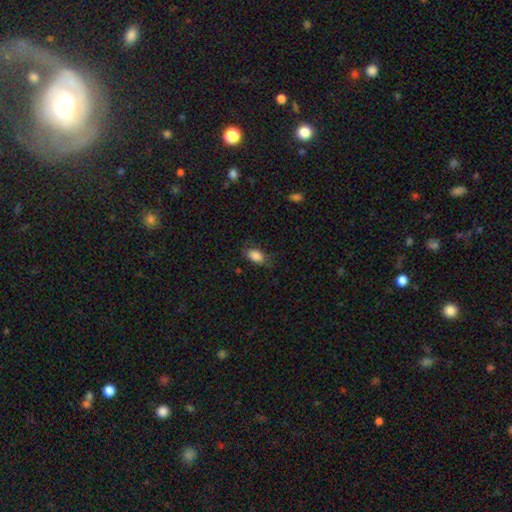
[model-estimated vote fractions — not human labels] Q: Smooth or featured?
A: smooth (87%); runner-up: star or artifact (8%)
Q: How rounded?
A: in between (87%); runner-up: round (11%)
Q: Merging?
A: none (71%); runner-up: minor disturbance (22%)